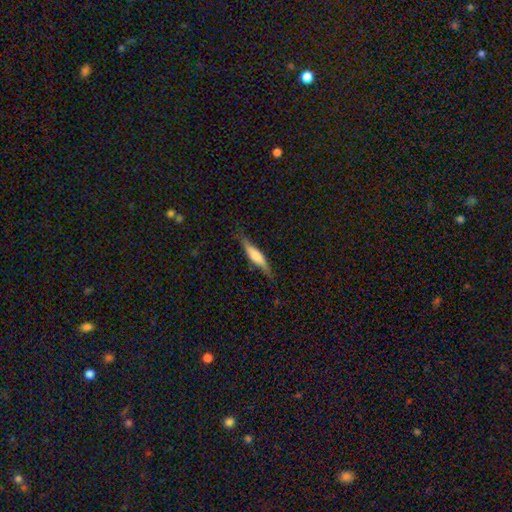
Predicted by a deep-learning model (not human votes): A smooth galaxy with no disk features (51%) that is cigar-shaped (79%). Merging: none (76%).